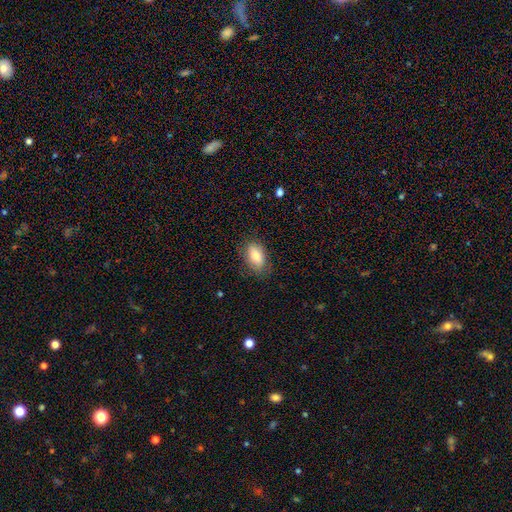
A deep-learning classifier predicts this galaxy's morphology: The model was most divided on "merging": none: 77%, minor disturbance: 17%, major disturbance: 5%, merger: 1%. More confident: how rounded — in between (91%); smooth or featured — smooth (82%).